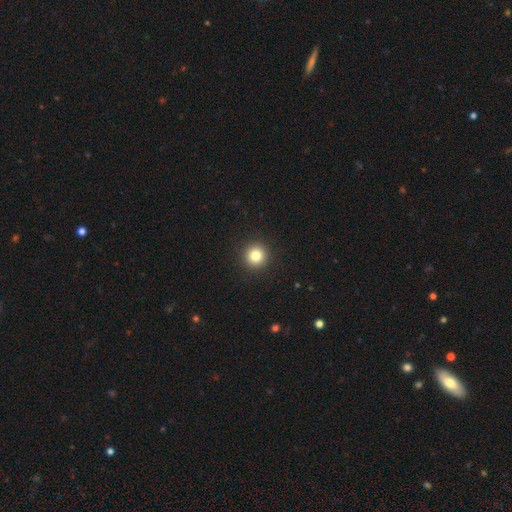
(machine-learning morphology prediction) smooth-or-featured: smooth: 82% | star or artifact: 11% | featured or disk: 7%
  how-rounded: round: 95% | in between: 4% | cigar-shaped: 1%
  merging: none: 93% | minor disturbance: 4% | major disturbance: 2% | merger: 1%